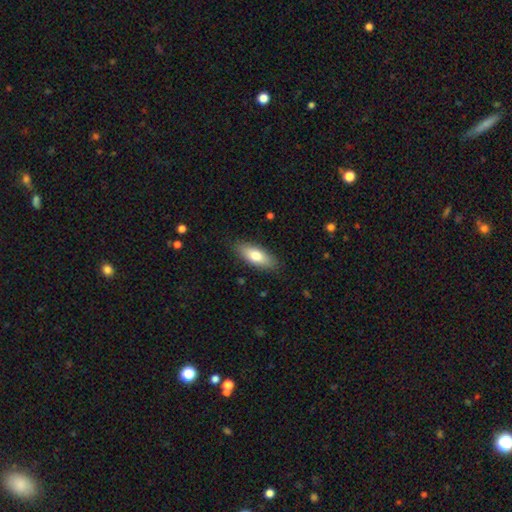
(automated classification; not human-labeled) Smooth or featured? smooth (76%)
How rounded? in between (72%)
Merging? none (86%)